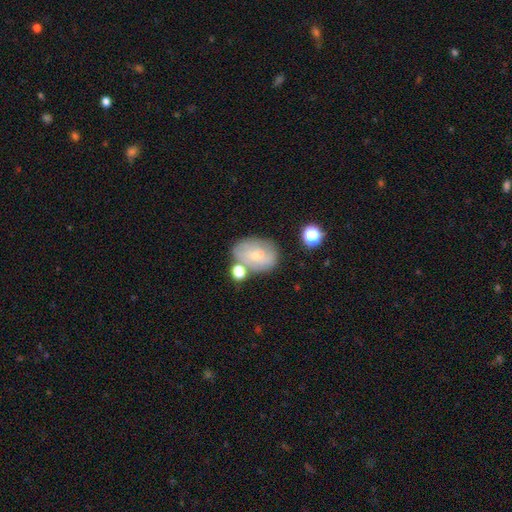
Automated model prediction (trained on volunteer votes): Morphology: type=smooth (45%, tied with featured or disk); merging=none (58%).